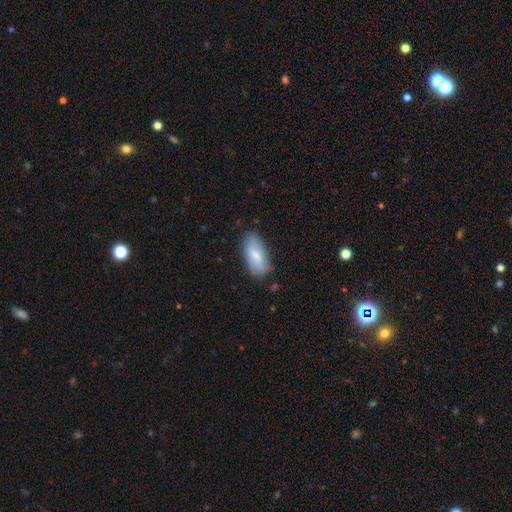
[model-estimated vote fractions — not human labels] smooth-or-featured: smooth: 74% | featured or disk: 20% | star or artifact: 6%
  how-rounded: in between: 87% | cigar-shaped: 11% | round: 2%
  merging: none: 75% | minor disturbance: 19% | major disturbance: 4% | merger: 1%